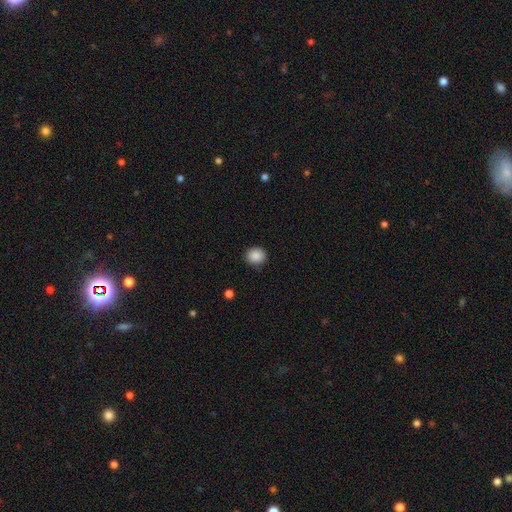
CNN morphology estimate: A smooth galaxy with no disk features (88%) that is round (75%). Merging: none (85%).